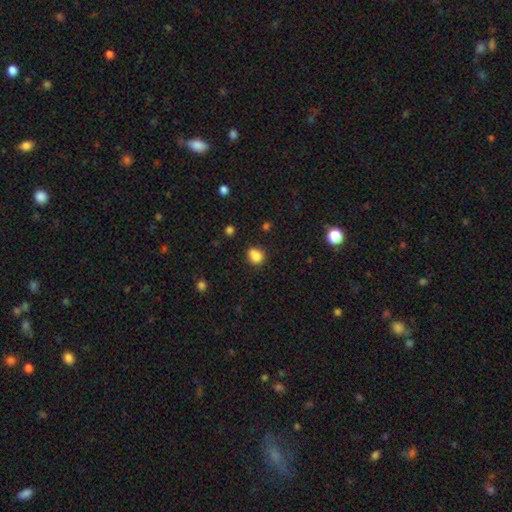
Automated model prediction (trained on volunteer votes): Smooth or featured: smooth — 84% (star or artifact — 11%)
How rounded: round — 60% (in between — 39%)
Merging: none — 70% (minor disturbance — 19%)